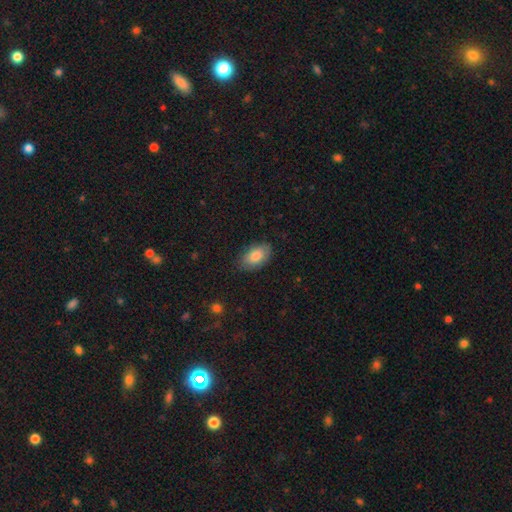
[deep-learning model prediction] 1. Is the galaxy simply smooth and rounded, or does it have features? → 83% smooth, 11% featured or disk, 6% star or artifact.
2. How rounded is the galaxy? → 93% in between, 5% round, 2% cigar-shaped.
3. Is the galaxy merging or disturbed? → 81% none, 15% minor disturbance, 3% major disturbance, 1% merger.